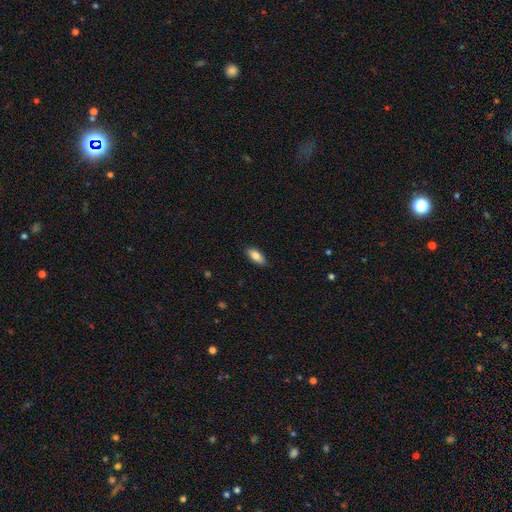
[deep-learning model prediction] The model was most divided on "how rounded": in between: 83%, cigar-shaped: 14%, round: 2%. More confident: merging — none (85%); smooth or featured — smooth (84%).